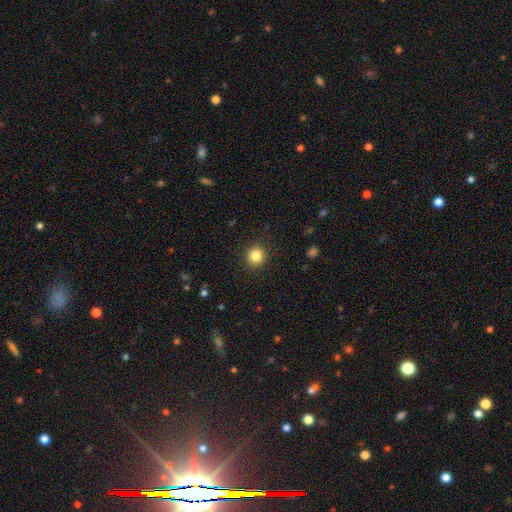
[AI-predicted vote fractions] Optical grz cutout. It shows a smooth galaxy with no disk features (84%) that is round (92%). Merging: none (91%).